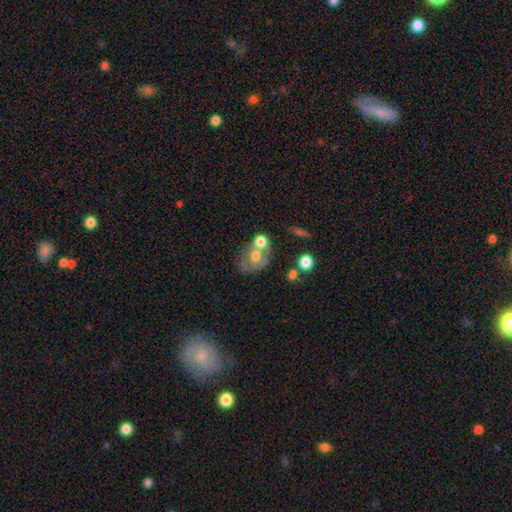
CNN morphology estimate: This is possibly a smooth galaxy (53%). How rounded: possibly in between (56%). Merging: possibly merger (49%).